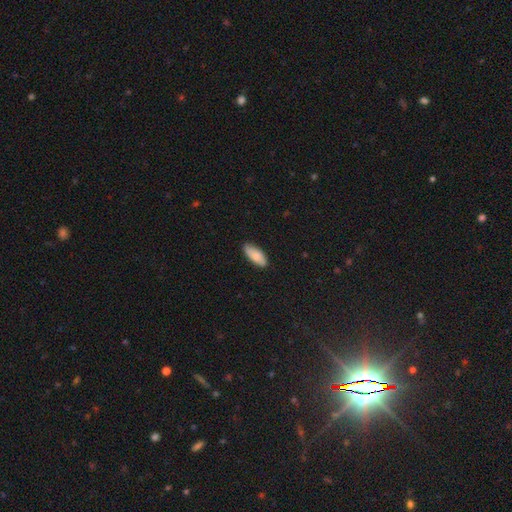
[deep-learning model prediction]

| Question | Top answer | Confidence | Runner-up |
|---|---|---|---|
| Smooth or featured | smooth | 83% | featured or disk (11%) |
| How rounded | in between | 77% | cigar-shaped (21%) |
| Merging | none | 85% | minor disturbance (12%) |